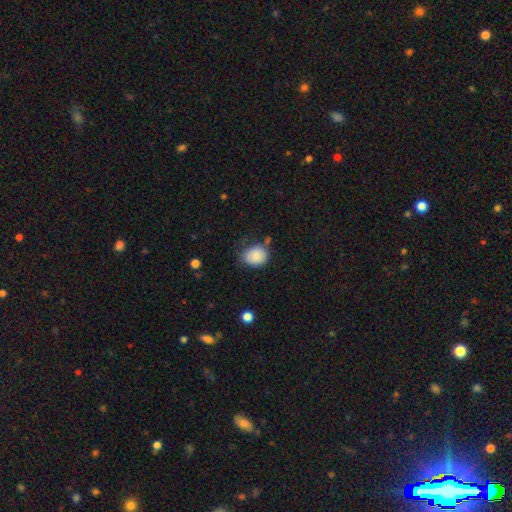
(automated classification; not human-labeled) Smooth or featured? smooth (85%)
How rounded? round (53%)
Merging? none (56%)